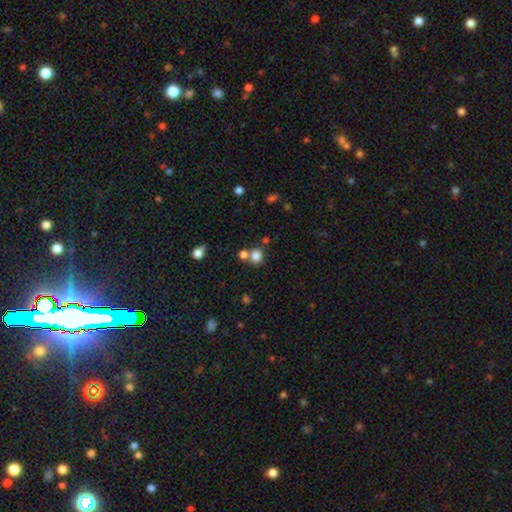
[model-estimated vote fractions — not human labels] This is clearly a smooth galaxy (81%). How rounded: clearly round (81%). Merging: likely none (61%).